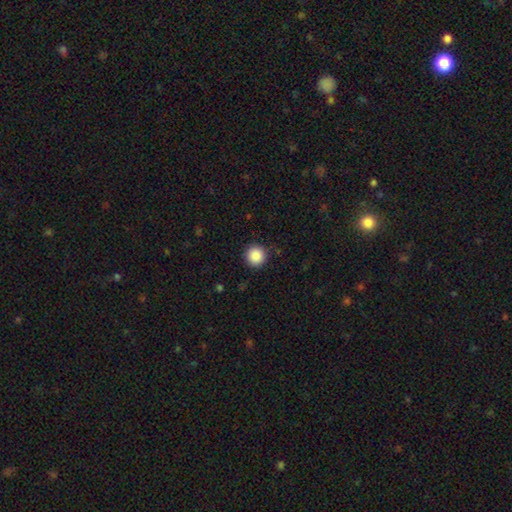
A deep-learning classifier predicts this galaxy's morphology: smooth_or_featured: smooth (p=0.88) [alt: star or artifact p=0.09]
how_rounded: round (p=0.96) [alt: in between p=0.03]
merging: none (p=0.91) [alt: minor disturbance p=0.06]